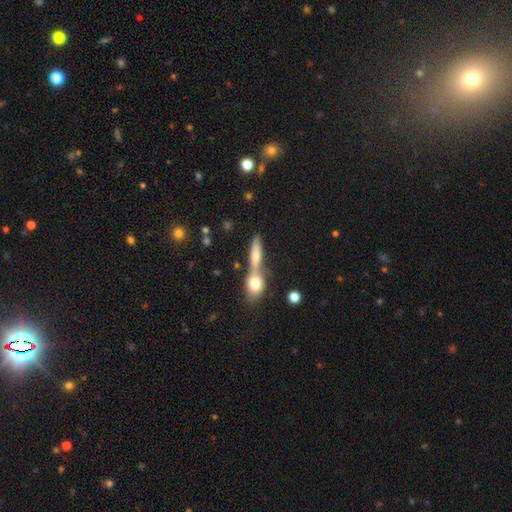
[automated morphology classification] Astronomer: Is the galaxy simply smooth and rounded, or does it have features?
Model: smooth — 64%.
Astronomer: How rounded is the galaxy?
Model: cigar-shaped — 58% (runner-up: in between, 34%).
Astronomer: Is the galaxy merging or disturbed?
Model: merger — 52% (runner-up: none, 35%).